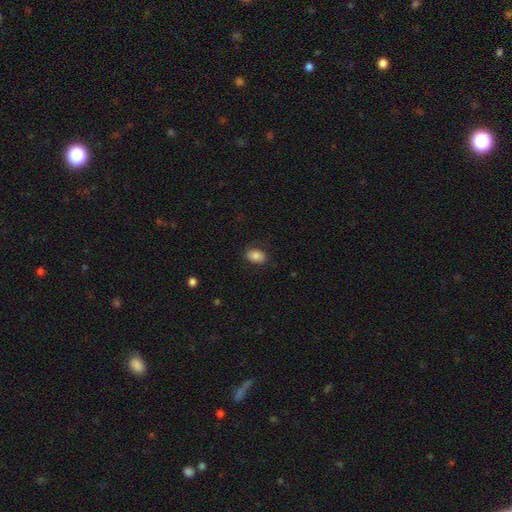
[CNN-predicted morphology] Overall: smooth (85%). How rounded: in between (82%). Merging: none (83%).